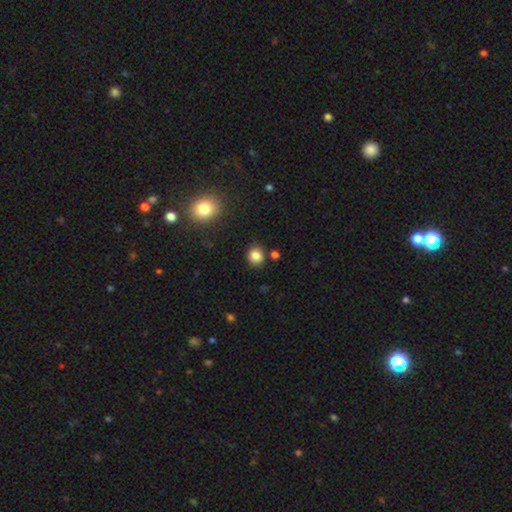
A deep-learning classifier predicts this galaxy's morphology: Smooth or featured: smooth — 84% (star or artifact — 11%)
How rounded: round — 82% (in between — 17%)
Merging: none — 84% (minor disturbance — 9%)